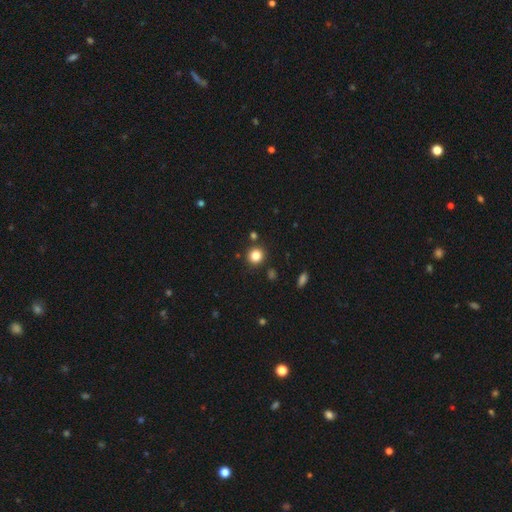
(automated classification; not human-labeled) Smooth or featured?
  - smooth: 83% *
  - star or artifact: 12%
  - featured or disk: 5%
How rounded?
  - round: 89% *
  - in between: 10%
  - cigar-shaped: 1%
Merging?
  - none: 87% *
  - minor disturbance: 7%
  - merger: 4%
  - major disturbance: 2%